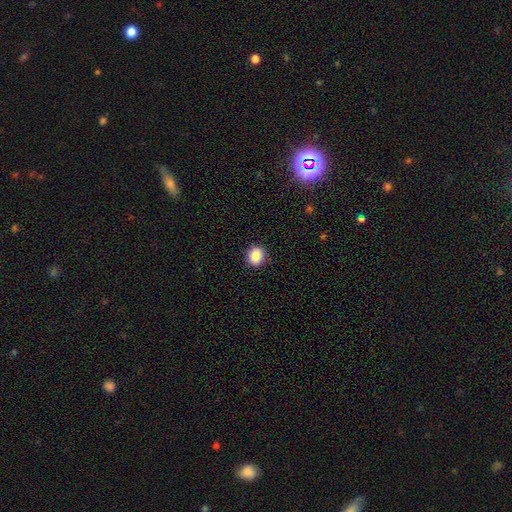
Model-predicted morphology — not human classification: This is clearly a smooth galaxy (87%). How rounded: likely round (75%). Merging: clearly none (89%).